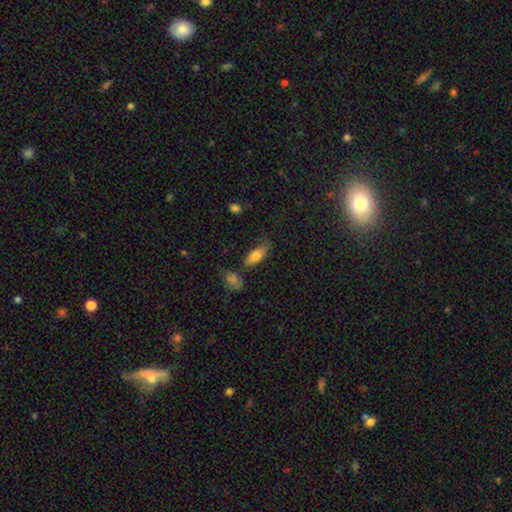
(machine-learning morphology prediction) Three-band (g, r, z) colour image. It shows a smooth galaxy with no disk features (78%) that is in between round and cigar-shaped (80%). Merging: none (63%).